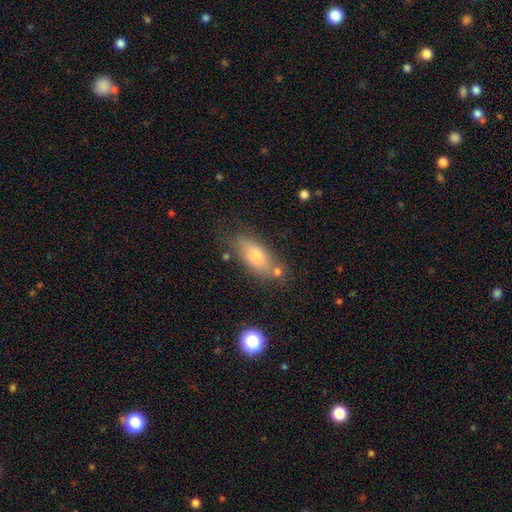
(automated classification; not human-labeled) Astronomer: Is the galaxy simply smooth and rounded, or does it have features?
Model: smooth — 69%.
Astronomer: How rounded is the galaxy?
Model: in between — 76%.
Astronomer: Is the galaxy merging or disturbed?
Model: none — 68%.